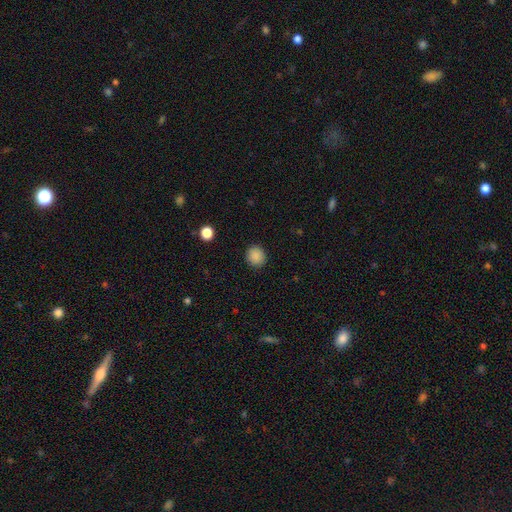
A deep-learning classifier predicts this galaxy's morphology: A smooth galaxy with no disk features (87%) that is round (83%).

Vote fractions:
- Smooth or featured? smooth: 87% / star or artifact: 10% / featured or disk: 3%
- How rounded? round: 83% / in between: 16% / cigar-shaped: 1%
- Merging? none: 90% / minor disturbance: 7% / major disturbance: 2% / merger: 1%